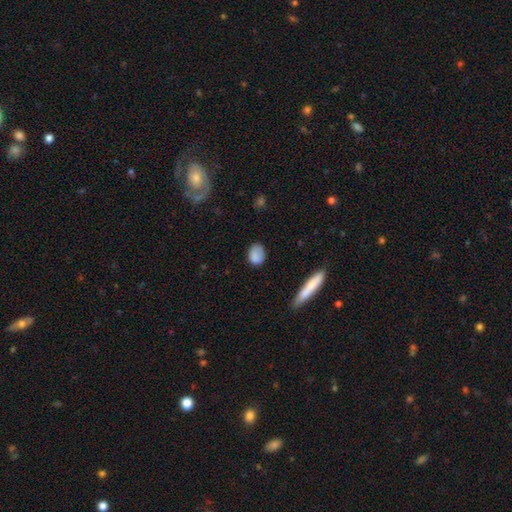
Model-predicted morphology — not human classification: A smooth galaxy with no disk features (84%) that is in between round and cigar-shaped (65%).

Vote fractions:
- Smooth or featured? smooth: 84% / star or artifact: 8% / featured or disk: 8%
- How rounded? in between: 65% / round: 32% / cigar-shaped: 3%
- Merging? none: 73% / minor disturbance: 20% / major disturbance: 5% / merger: 2%